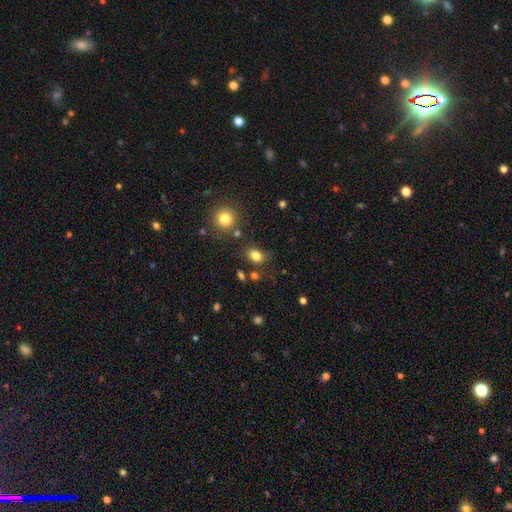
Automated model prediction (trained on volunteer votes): smooth-or-featured: smooth: 81% | star or artifact: 13% | featured or disk: 6%
  how-rounded: in between: 60% | round: 39% | cigar-shaped: 1%
  merging: none: 72% | minor disturbance: 16% | merger: 6% | major disturbance: 5%